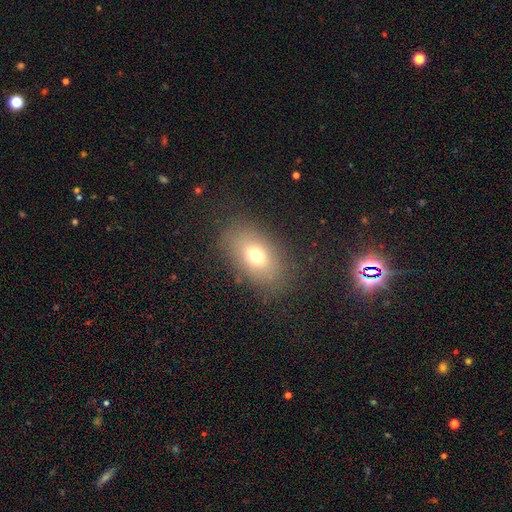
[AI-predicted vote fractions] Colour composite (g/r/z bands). It shows a smooth galaxy with no disk features (70%) that is in between round and cigar-shaped (85%). Merging: none (81%).